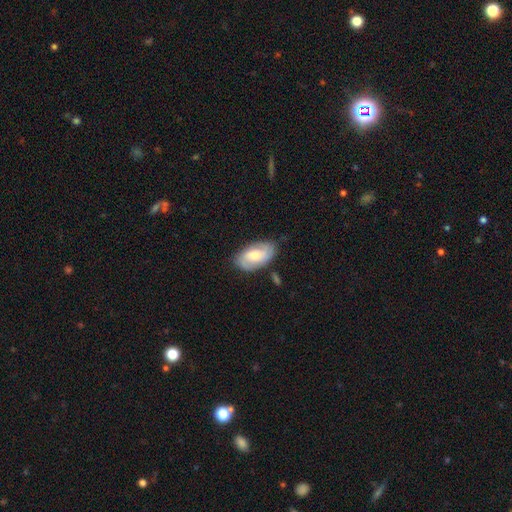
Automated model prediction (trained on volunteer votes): smooth-or-featured: featured or disk: 53% | smooth: 41% | star or artifact: 6%
  disk-edge-on: no: 95% | yes: 5%
  merging: none: 75% | minor disturbance: 18% | major disturbance: 4% | merger: 3%